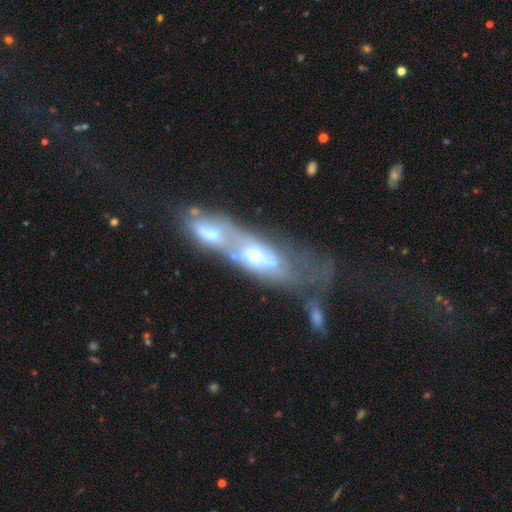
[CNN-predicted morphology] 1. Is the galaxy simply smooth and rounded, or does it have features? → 64% featured or disk, 26% smooth, 10% star or artifact.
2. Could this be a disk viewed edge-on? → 78% no, 22% yes.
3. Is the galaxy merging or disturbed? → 61% merger, 18% major disturbance, 13% none, 9% minor disturbance.